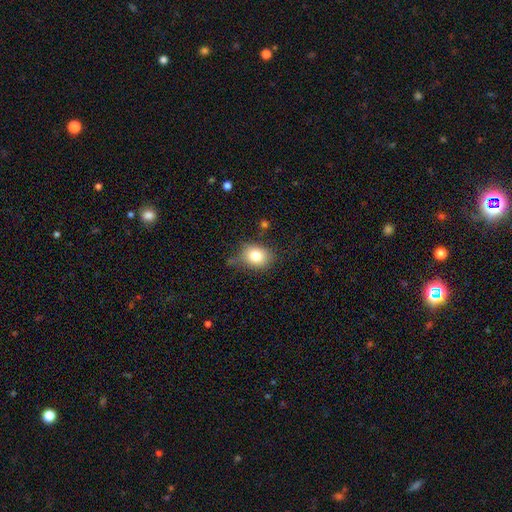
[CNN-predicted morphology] smooth_or_featured: smooth (p=0.78) [alt: featured or disk p=0.11]
how_rounded: round (p=0.50) [alt: in between p=0.49]
merging: none (p=0.63) [alt: minor disturbance p=0.26]